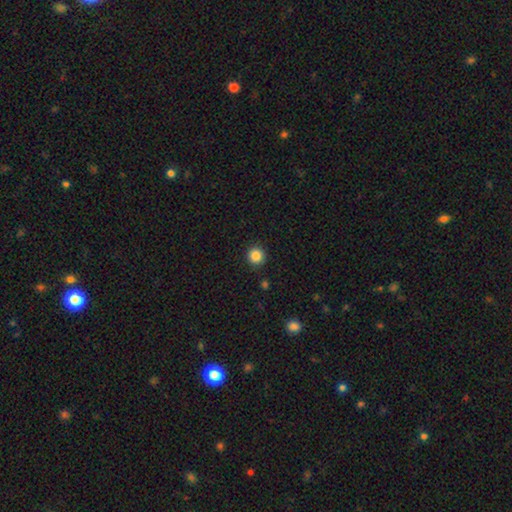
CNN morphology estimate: smooth-or-featured: smooth: 86% | star or artifact: 11% | featured or disk: 4%
  how-rounded: round: 94% | in between: 5% | cigar-shaped: 1%
  merging: none: 92% | minor disturbance: 5% | major disturbance: 2% | merger: 1%